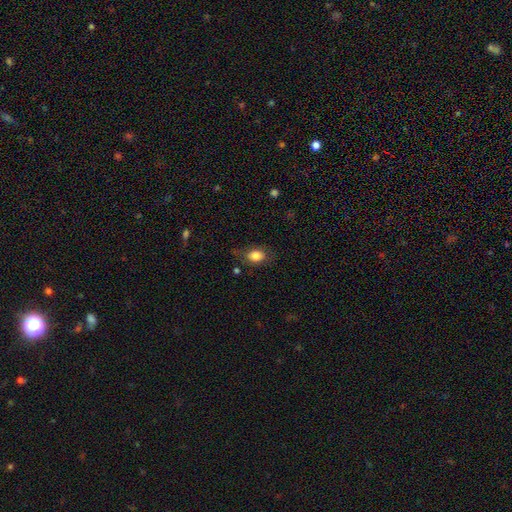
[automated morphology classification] This appears to be a smooth galaxy with no disk features (82%) that is in between round and cigar-shaped (73%). Merging: none (69%).